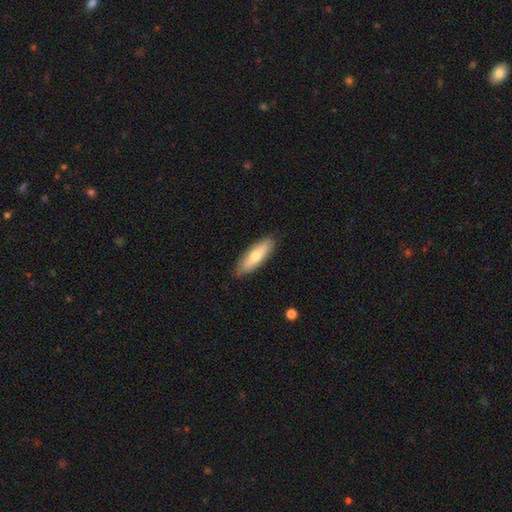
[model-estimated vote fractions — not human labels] A smooth galaxy with no disk features (67%) that is cigar-shaped (50%).

Vote fractions:
- Smooth or featured? smooth: 67% / featured or disk: 27% / star or artifact: 5%
- How rounded? cigar-shaped: 50% / in between: 48% / round: 2%
- Merging? none: 86% / minor disturbance: 10% / major disturbance: 2% / merger: 1%